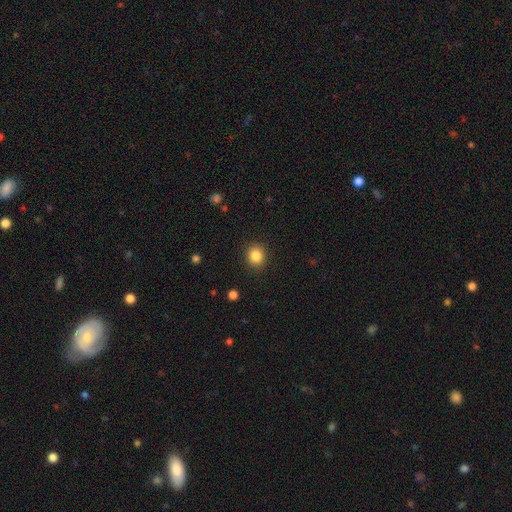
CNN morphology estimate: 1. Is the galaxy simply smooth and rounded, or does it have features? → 85% smooth, 10% star or artifact, 4% featured or disk.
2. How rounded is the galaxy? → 81% round, 18% in between, 1% cigar-shaped.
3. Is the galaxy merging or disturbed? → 90% none, 7% minor disturbance, 2% major disturbance, 1% merger.